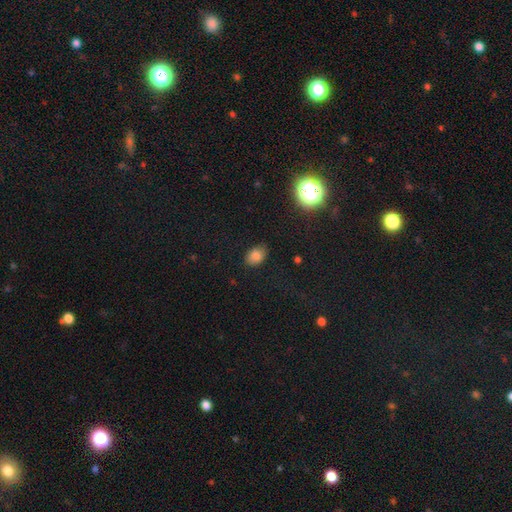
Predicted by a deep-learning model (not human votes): Overall: smooth (81%). How rounded: in between (79%). Merging: none (78%).